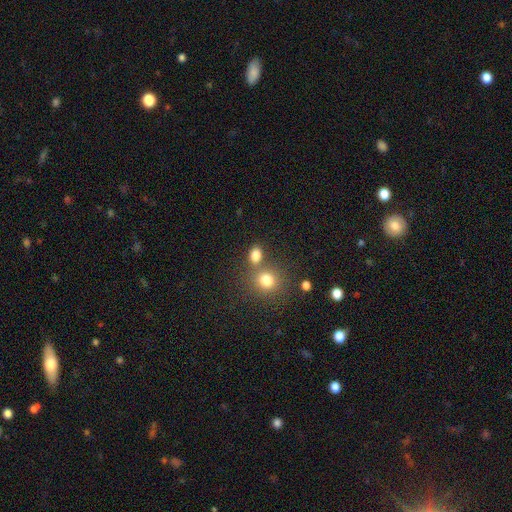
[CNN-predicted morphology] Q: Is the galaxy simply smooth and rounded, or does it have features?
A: smooth — 81%.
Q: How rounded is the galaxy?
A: in between — 59%.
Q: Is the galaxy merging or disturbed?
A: none — 61%.